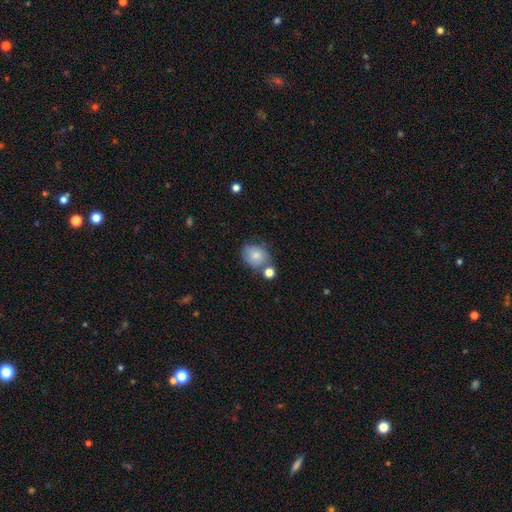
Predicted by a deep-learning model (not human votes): Smooth or featured? smooth (76%)
How rounded? round (51%)
Merging? none (56%)